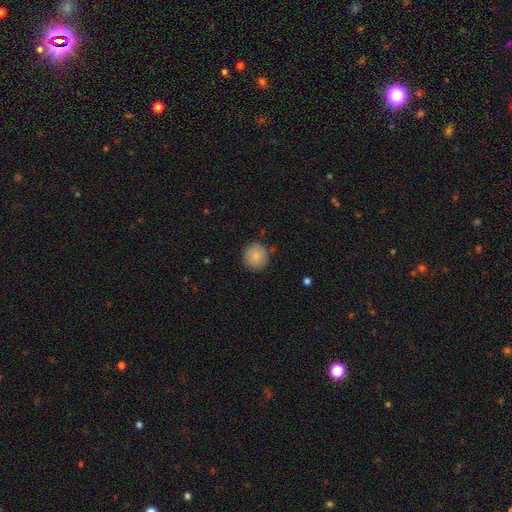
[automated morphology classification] Smooth or featured? smooth (83%)
How rounded? round (93%)
Merging? none (87%)